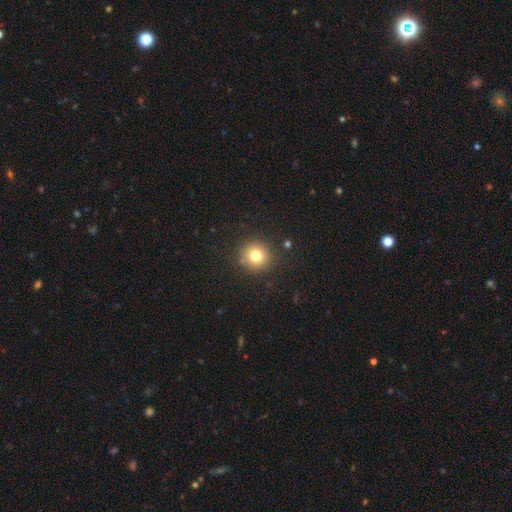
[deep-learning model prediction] This is likely a smooth galaxy (78%). How rounded: clearly round (93%). Merging: clearly none (88%).